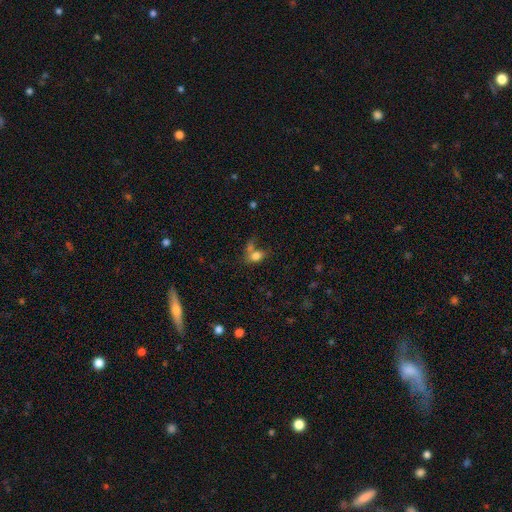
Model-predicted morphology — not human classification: This appears to be a smooth galaxy with no disk features (78%) that is in between round and cigar-shaped (80%). Merging: none (39%).